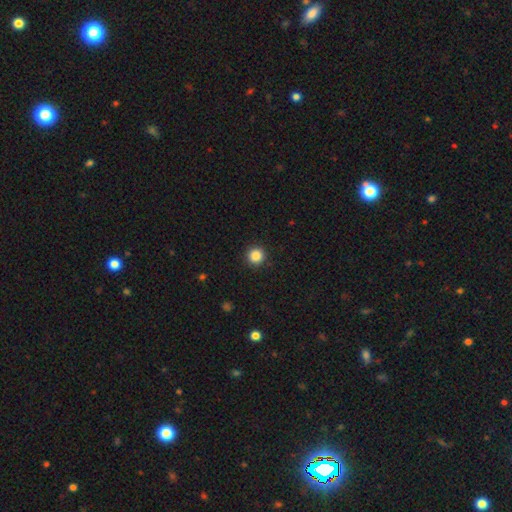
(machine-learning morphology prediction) Smooth or featured?
  - smooth: 86% *
  - star or artifact: 11%
  - featured or disk: 3%
How rounded?
  - round: 96% *
  - in between: 3%
  - cigar-shaped: 1%
Merging?
  - none: 92% *
  - minor disturbance: 5%
  - major disturbance: 2%
  - merger: 1%